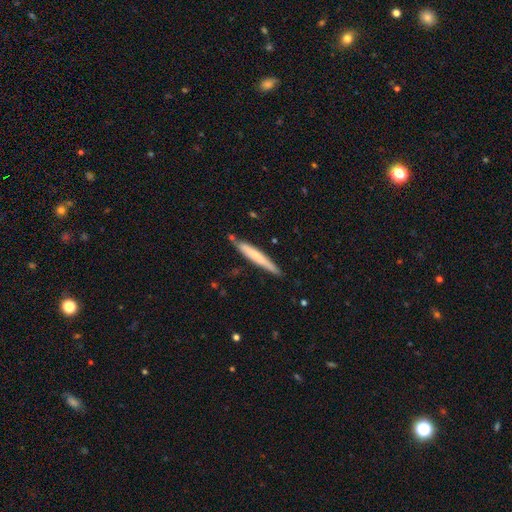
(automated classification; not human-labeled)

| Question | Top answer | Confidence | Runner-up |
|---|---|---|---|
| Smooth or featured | smooth | 61% | featured or disk (34%) |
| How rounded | cigar-shaped | 95% | in between (3%) |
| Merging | none | 80% | minor disturbance (14%) |